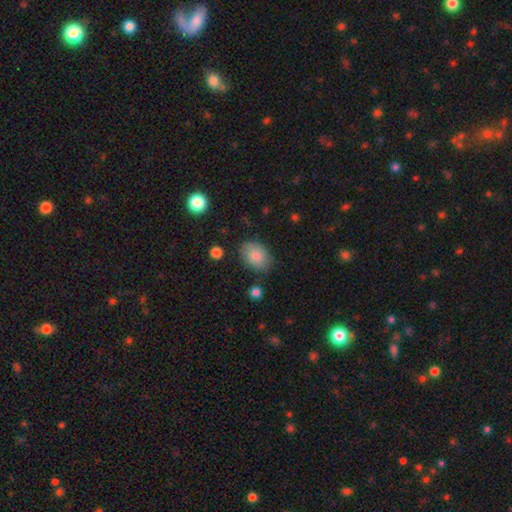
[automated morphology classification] Overall: smooth (85%). How rounded: in between (80%). Merging: none (77%).